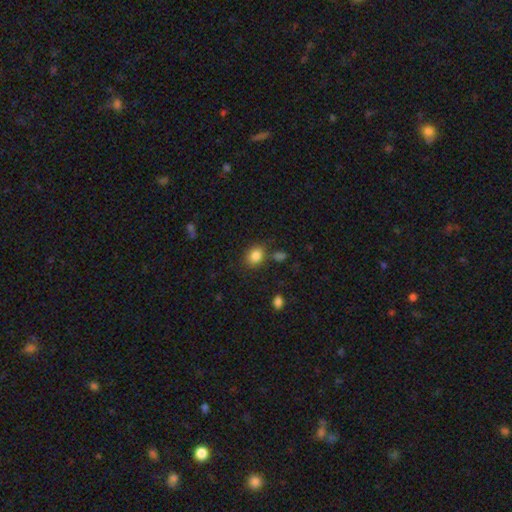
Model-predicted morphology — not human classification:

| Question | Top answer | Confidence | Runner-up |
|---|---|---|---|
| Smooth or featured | smooth | 84% | star or artifact (10%) |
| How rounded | in between | 58% | round (41%) |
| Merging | none | 74% | minor disturbance (14%) |